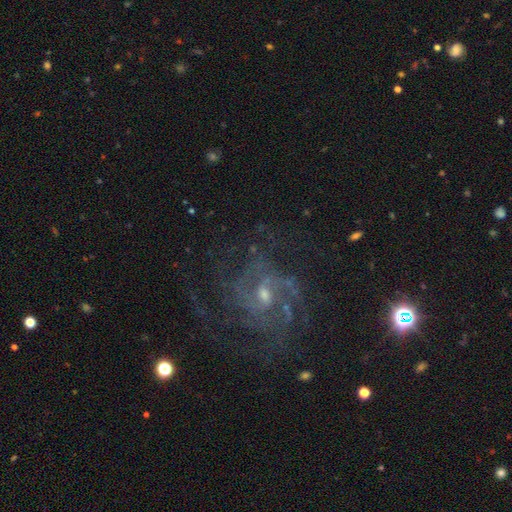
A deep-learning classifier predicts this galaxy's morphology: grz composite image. It shows a featured or disk galaxy (78%) with no bar (50%), tight (48%) spiral arms (96%) and a small central bulge (62%). Merging: none (74%).